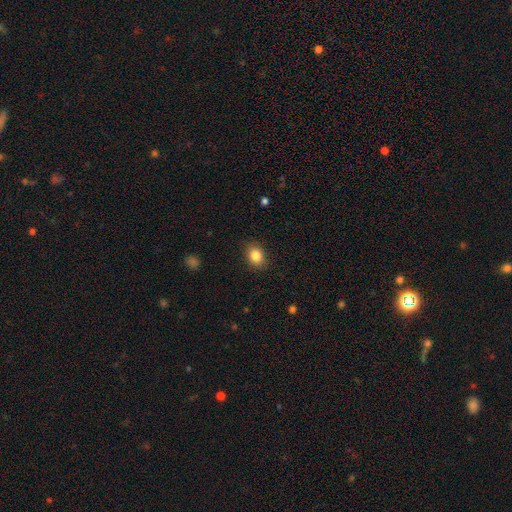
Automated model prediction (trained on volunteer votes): smooth-or-featured: smooth: 85% | star or artifact: 9% | featured or disk: 6%
  how-rounded: in between: 54% | round: 45% | cigar-shaped: 1%
  merging: none: 88% | minor disturbance: 9% | major disturbance: 2% | merger: 1%